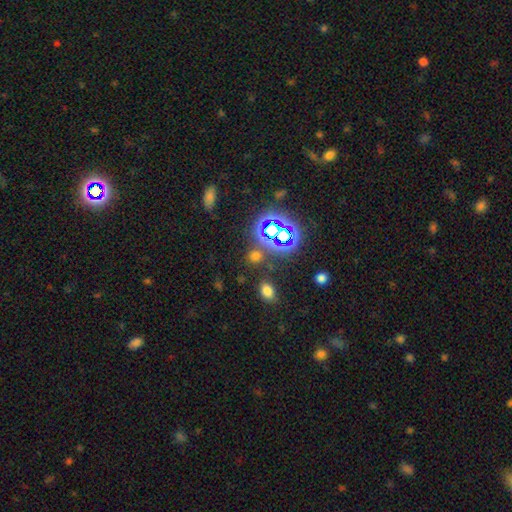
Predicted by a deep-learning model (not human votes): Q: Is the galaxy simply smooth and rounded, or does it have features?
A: smooth — 49%.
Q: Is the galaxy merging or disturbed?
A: none — 78%.